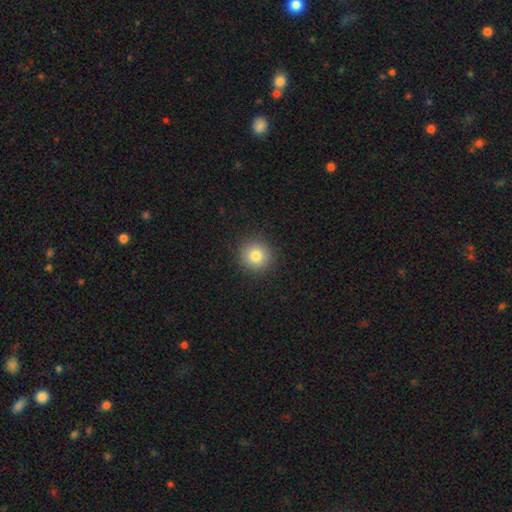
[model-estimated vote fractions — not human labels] Smooth or featured? smooth (82%)
How rounded? round (93%)
Merging? none (91%)